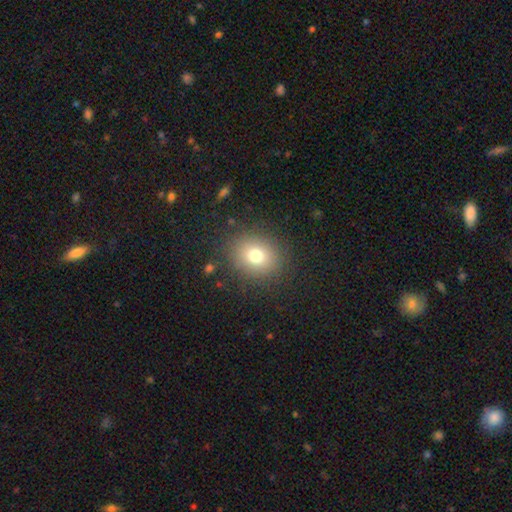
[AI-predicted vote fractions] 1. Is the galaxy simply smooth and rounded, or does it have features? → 75% smooth, 14% star or artifact, 11% featured or disk.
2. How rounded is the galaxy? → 66% round, 33% in between, 1% cigar-shaped.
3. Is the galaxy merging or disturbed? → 86% none, 9% minor disturbance, 4% major disturbance, 1% merger.